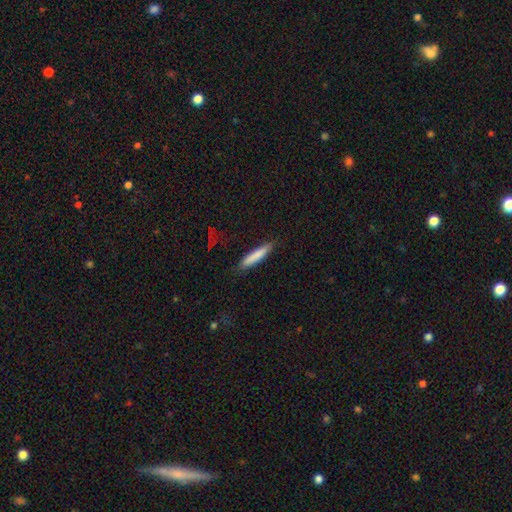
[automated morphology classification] This appears to be a smooth galaxy with no disk features (81%) that is cigar-shaped (89%). Merging: none (83%).